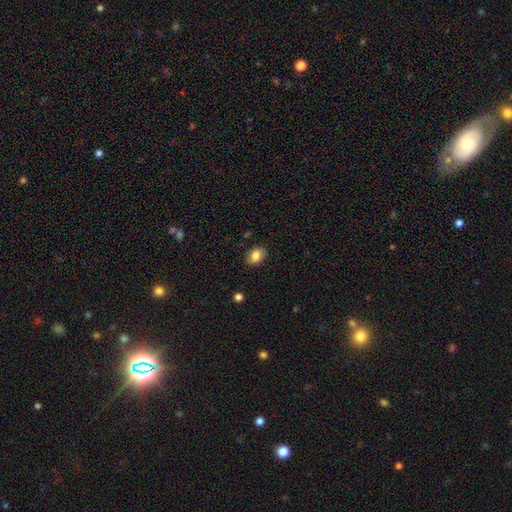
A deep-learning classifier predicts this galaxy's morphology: This is clearly a smooth galaxy (82%). How rounded: likely in between (77%). Merging: clearly none (85%).